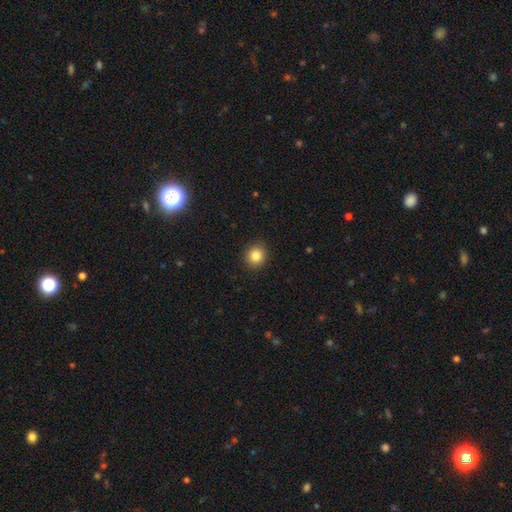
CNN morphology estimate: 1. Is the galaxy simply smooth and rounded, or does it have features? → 86% smooth, 10% star or artifact, 5% featured or disk.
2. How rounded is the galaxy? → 84% round, 15% in between, 1% cigar-shaped.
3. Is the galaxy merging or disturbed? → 91% none, 6% minor disturbance, 2% major disturbance, 1% merger.